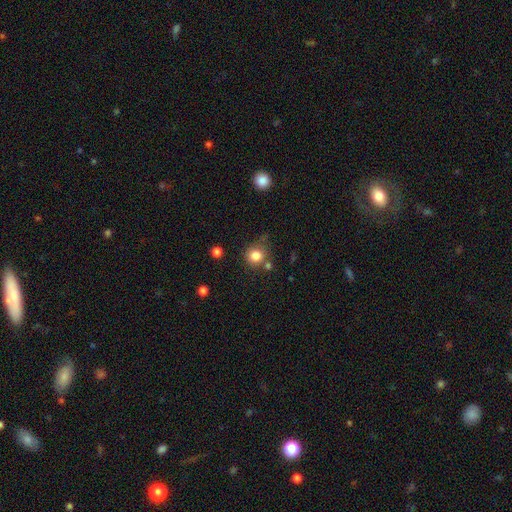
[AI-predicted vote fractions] smooth 82%, star or artifact 11%, featured or disk 6%. Down the decision tree: how rounded — round (86%); merging — none (69%).